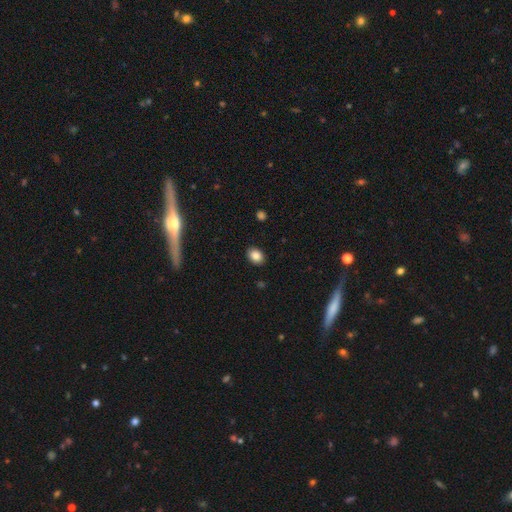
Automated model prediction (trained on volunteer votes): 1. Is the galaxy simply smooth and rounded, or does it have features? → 84% smooth, 10% star or artifact, 6% featured or disk.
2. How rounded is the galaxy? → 65% in between, 34% round, 1% cigar-shaped.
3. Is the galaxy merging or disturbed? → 89% none, 8% minor disturbance, 2% major disturbance, 1% merger.